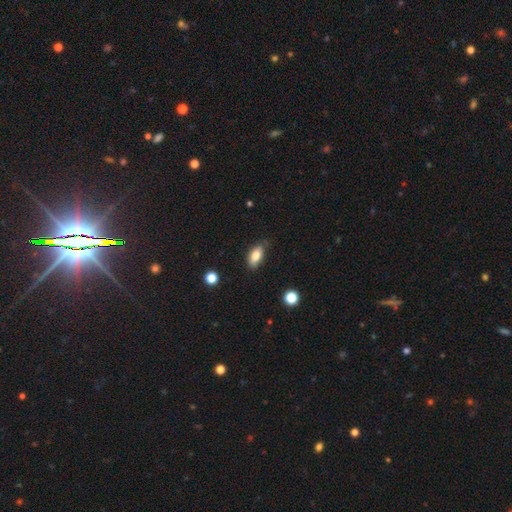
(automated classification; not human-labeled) Morphology: type=smooth (80%); roundness=in between (87%); merging=none (76%).